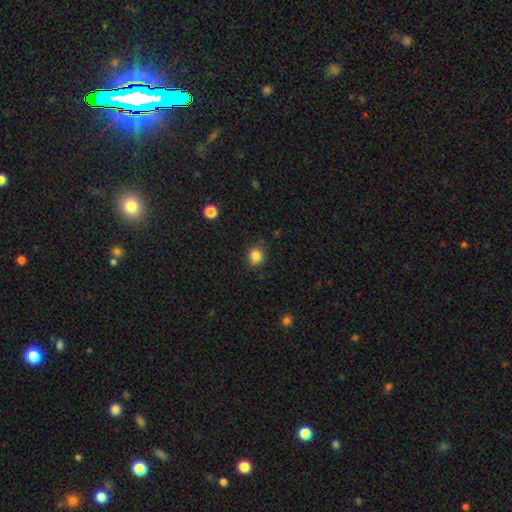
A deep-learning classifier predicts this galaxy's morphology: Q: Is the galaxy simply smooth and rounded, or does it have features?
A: smooth — 84%.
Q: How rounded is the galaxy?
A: round — 77%.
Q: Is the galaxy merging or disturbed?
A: none — 85%.